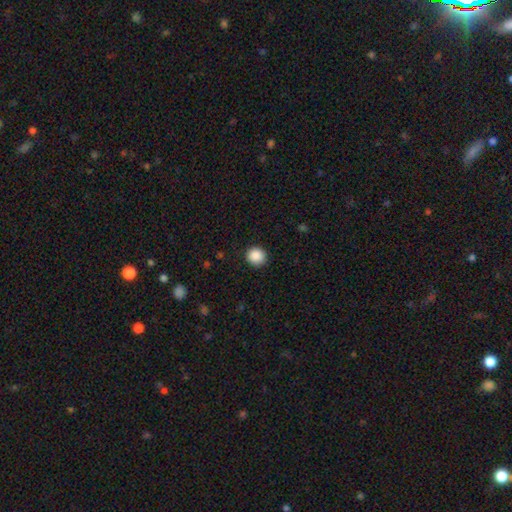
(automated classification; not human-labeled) Overall: smooth (89%). How rounded: round (90%). Merging: none (90%).